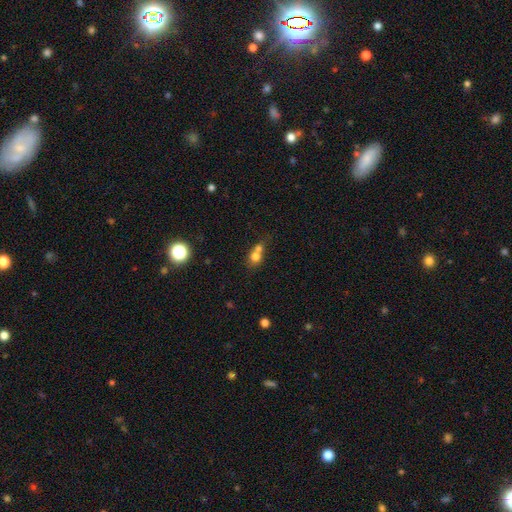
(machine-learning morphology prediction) Q: Smooth or featured?
A: smooth (73%); runner-up: featured or disk (14%)
Q: How rounded?
A: round (68%); runner-up: in between (30%)
Q: Merging?
A: merger (61%); runner-up: none (28%)